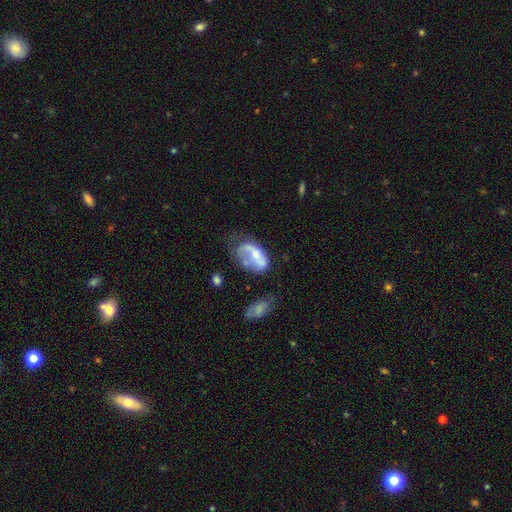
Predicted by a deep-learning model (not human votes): smooth_or_featured: featured or disk (p=0.54) [alt: smooth p=0.39]
disk_edge_on: no (p=0.95) [alt: yes p=0.05]
bar: no (p=0.60) [alt: weak p=0.28]
has_spiral_arms: yes (p=0.56) [alt: no p=0.44]
bulge_size: small (p=0.46) [alt: moderate p=0.39]
merging: none (p=0.30) [tied with: major disturbance p=0.30]